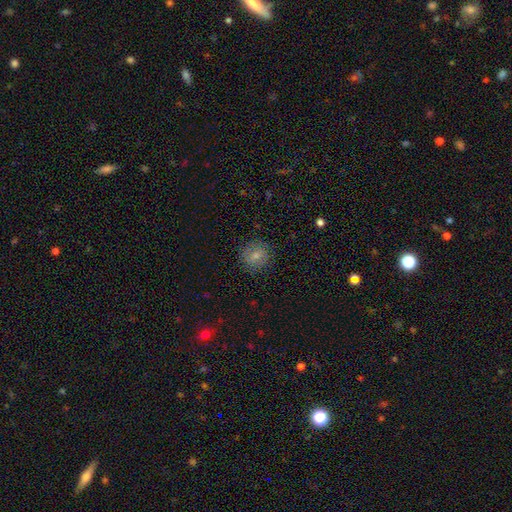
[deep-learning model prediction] Smooth or featured: smooth — 72% (featured or disk — 18%)
How rounded: round — 89% (in between — 10%)
Merging: none — 84% (minor disturbance — 11%)